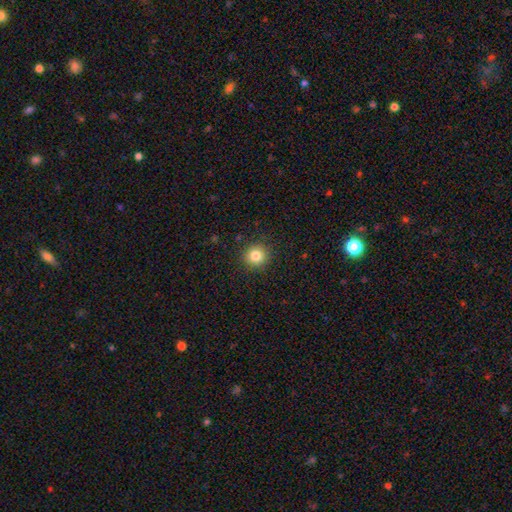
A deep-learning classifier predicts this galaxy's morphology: Smooth or featured: smooth — 83% (star or artifact — 11%)
How rounded: round — 92% (in between — 7%)
Merging: none — 90% (minor disturbance — 6%)